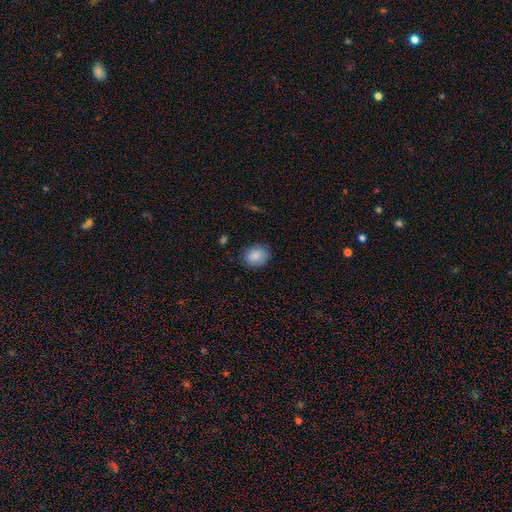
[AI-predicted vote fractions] The model was most divided on "how rounded": round: 54%, in between: 45%, cigar-shaped: 1%. More confident: smooth or featured — smooth (87%); merging — none (83%).